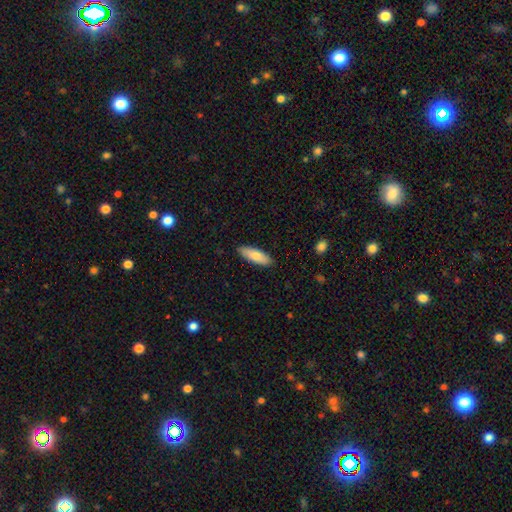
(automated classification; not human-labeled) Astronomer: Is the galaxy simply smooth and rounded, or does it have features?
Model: smooth — 75%.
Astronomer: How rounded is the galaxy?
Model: in between — 62%.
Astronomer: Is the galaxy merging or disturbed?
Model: none — 89%.